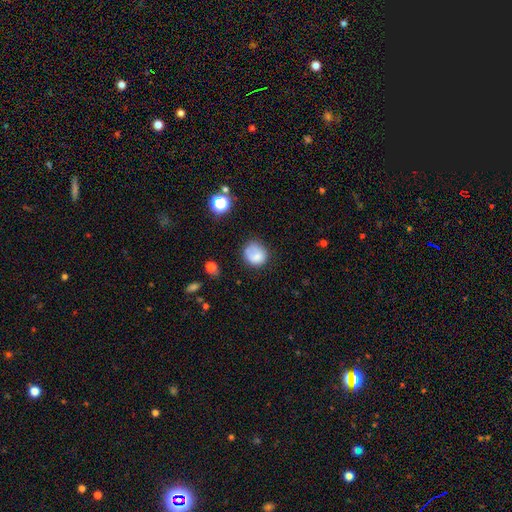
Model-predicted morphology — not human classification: The model was most divided on "merging": none: 64%, minor disturbance: 22%, major disturbance: 11%, merger: 4%. More confident: how rounded — round (79%); smooth or featured — smooth (77%).